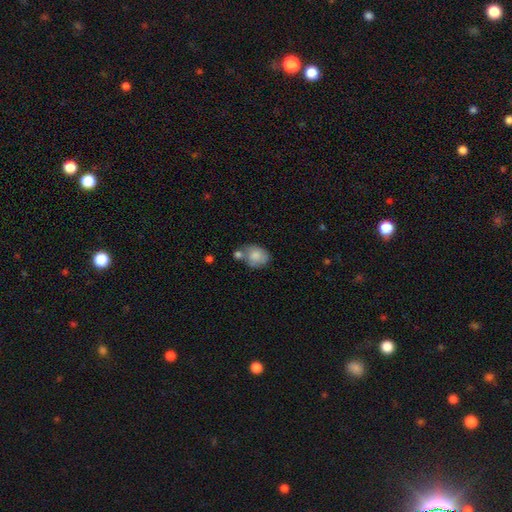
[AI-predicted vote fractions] This appears to be a smooth galaxy with no disk features (80%) that is in between round and cigar-shaped (54%). Merging: none (44%).